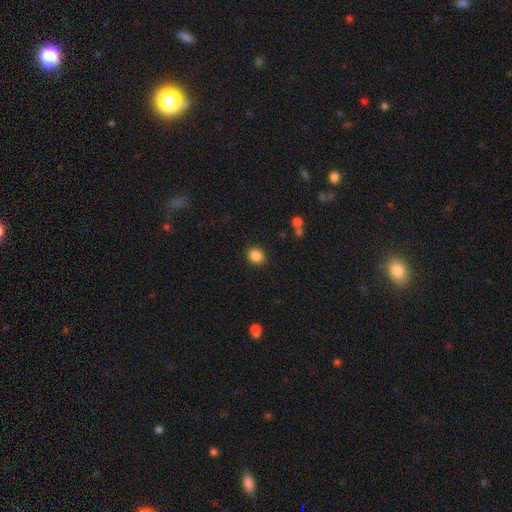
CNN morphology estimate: A smooth galaxy with no disk features (86%) that is round (72%).

Vote fractions:
- Smooth or featured? smooth: 86% / star or artifact: 10% / featured or disk: 4%
- How rounded? round: 72% / in between: 27% / cigar-shaped: 1%
- Merging? none: 89% / minor disturbance: 7% / major disturbance: 2% / merger: 2%